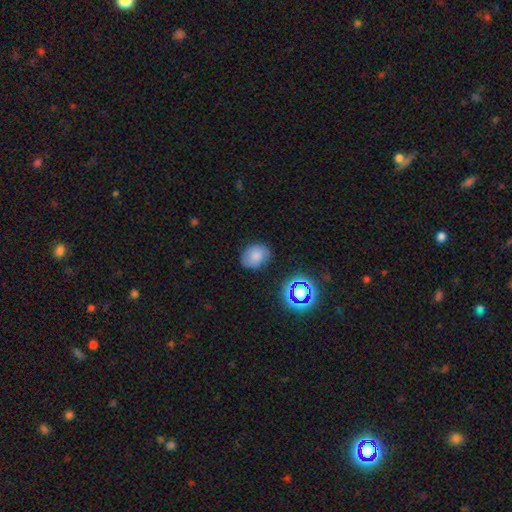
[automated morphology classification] Smooth or featured? smooth (73%)
How rounded? in between (64%)
Merging? none (76%)